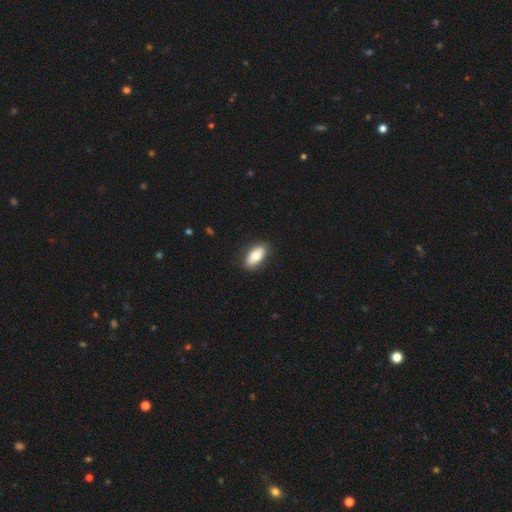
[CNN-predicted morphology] This appears to be a smooth galaxy with no disk features (72%) that is in between round and cigar-shaped (90%). Merging: none (87%).